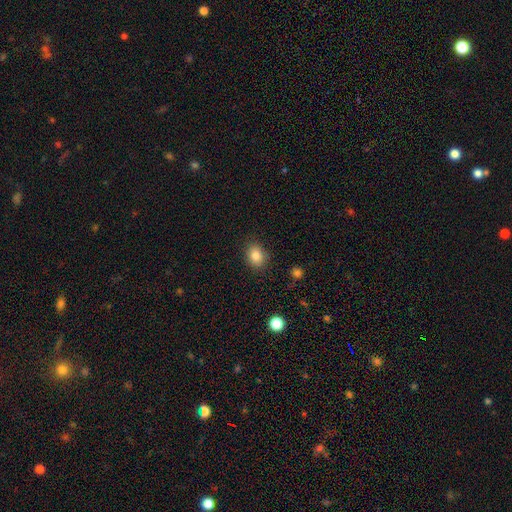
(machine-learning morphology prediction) This appears to be a smooth galaxy with no disk features (83%) that is in between round and cigar-shaped (54%). Merging: none (87%).